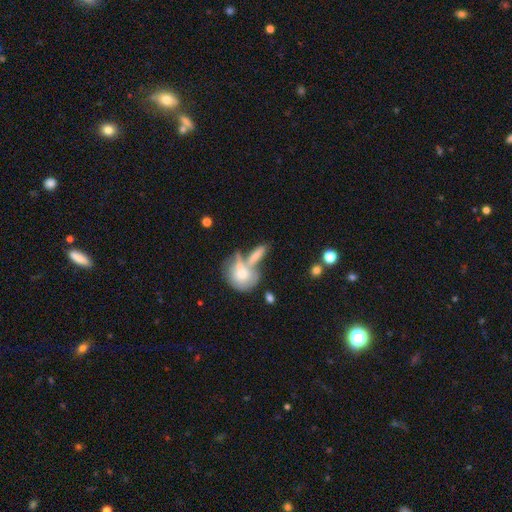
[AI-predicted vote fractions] The model was most divided on "merging": merger: 46%, none: 35%, minor disturbance: 12%, major disturbance: 7%. Remaining: smooth or featured — smooth (68%); how rounded — in between (47%).